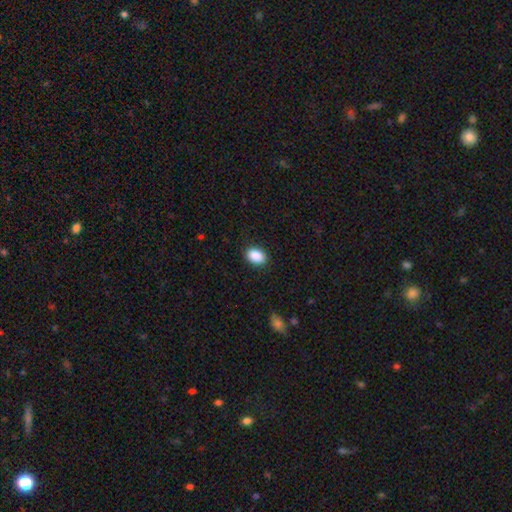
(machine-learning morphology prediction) Smooth or featured: smooth — 90% (star or artifact — 7%)
How rounded: in between — 82% (round — 17%)
Merging: none — 88% (minor disturbance — 9%)